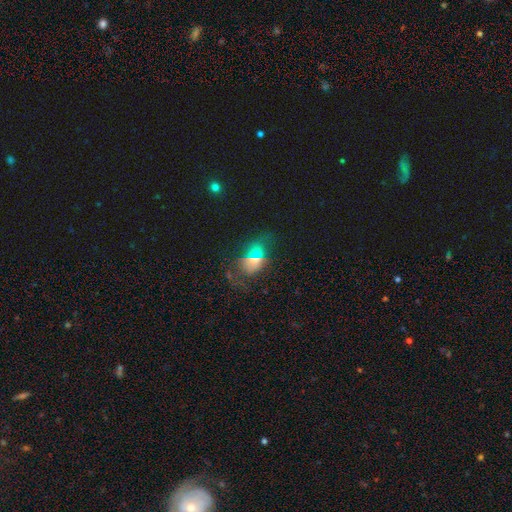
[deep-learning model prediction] This appears to be a smooth galaxy with no disk features (47%). Merging: none (57%).